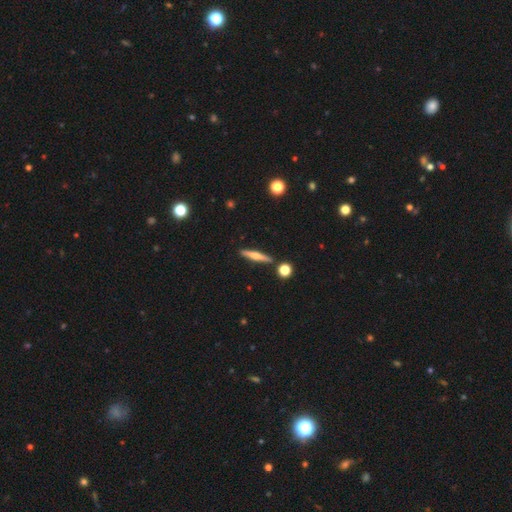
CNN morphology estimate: smooth_or_featured: featured or disk (p=0.49) [alt: smooth p=0.44]
merging: none (p=0.87) [alt: minor disturbance p=0.07]